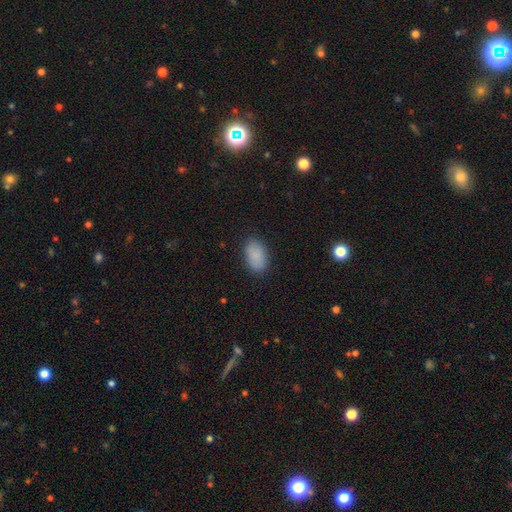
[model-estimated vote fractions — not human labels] Smooth or featured: smooth — 88% (star or artifact — 7%)
How rounded: in between — 92% (round — 6%)
Merging: none — 86% (minor disturbance — 11%)